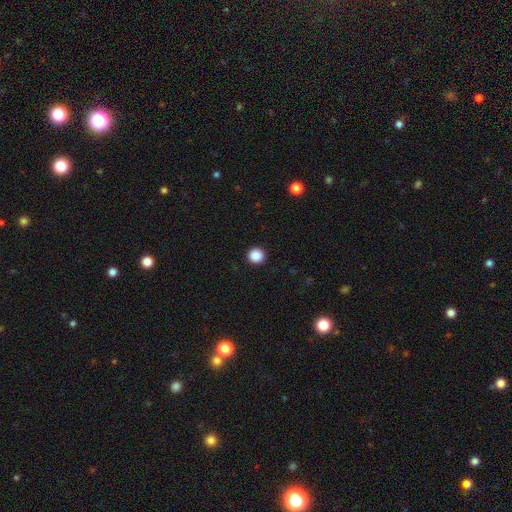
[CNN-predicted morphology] Smooth or featured: smooth — 89% (star or artifact — 9%)
How rounded: round — 94% (in between — 5%)
Merging: none — 93% (minor disturbance — 4%)